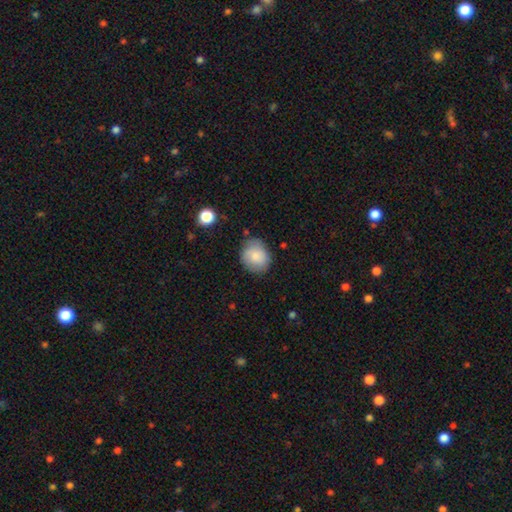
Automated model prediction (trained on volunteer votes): The model was most divided on "how rounded": round: 64%, in between: 35%, cigar-shaped: 1%. More confident: smooth or featured — smooth (80%); merging — none (74%).